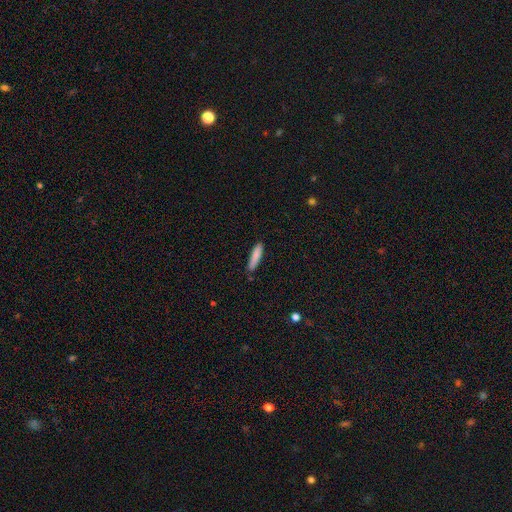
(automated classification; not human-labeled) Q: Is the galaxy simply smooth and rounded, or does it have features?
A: smooth — 84%.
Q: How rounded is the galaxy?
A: cigar-shaped — 83%.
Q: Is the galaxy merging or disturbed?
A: none — 81%.